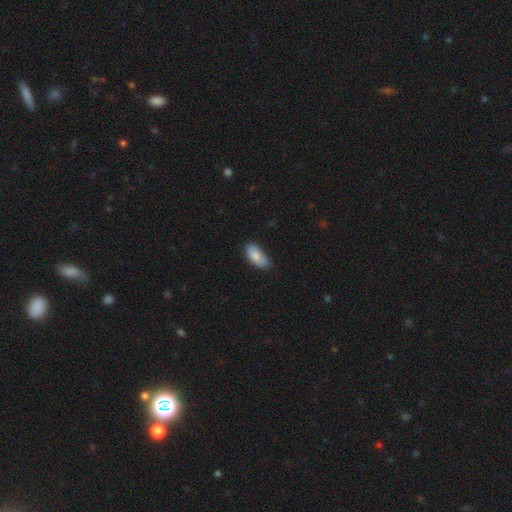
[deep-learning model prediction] Smooth or featured?
  - smooth: 83% *
  - featured or disk: 10%
  - star or artifact: 7%
How rounded?
  - in between: 91% *
  - cigar-shaped: 6%
  - round: 2%
Merging?
  - none: 56% *
  - minor disturbance: 34%
  - major disturbance: 6%
  - merger: 3%